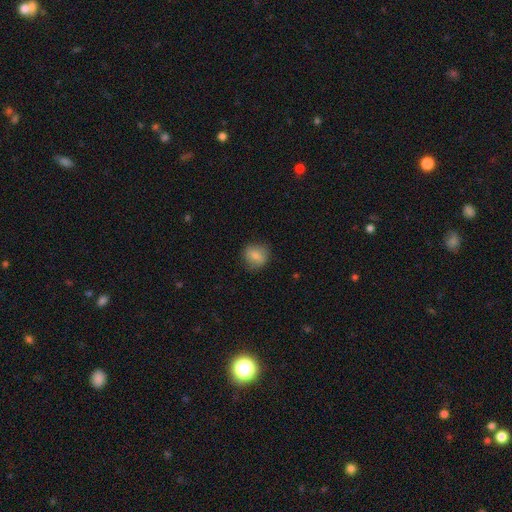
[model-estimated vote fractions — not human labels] smooth 74%, featured or disk 17%, star or artifact 9%. Down the decision tree: how rounded — round (78%); merging — none (80%).